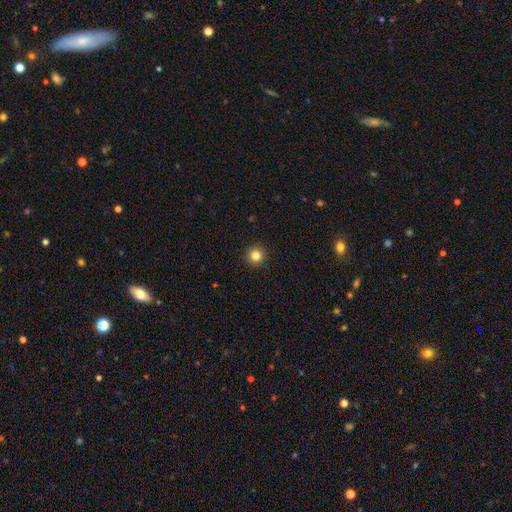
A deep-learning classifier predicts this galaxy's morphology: Smooth or featured? Predicted: smooth (p=0.83). How rounded? Predicted: round (p=0.96). Merging? Predicted: none (p=0.93).